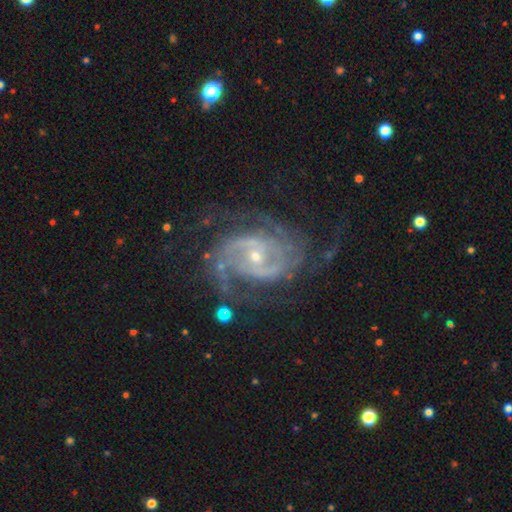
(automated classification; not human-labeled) This appears to be a featured or disk galaxy (91%) with no bar (51%), 2 (52%) tight (45%, tied with medium) spiral arms (97%) and a small central bulge (68%). Merging: none (66%).